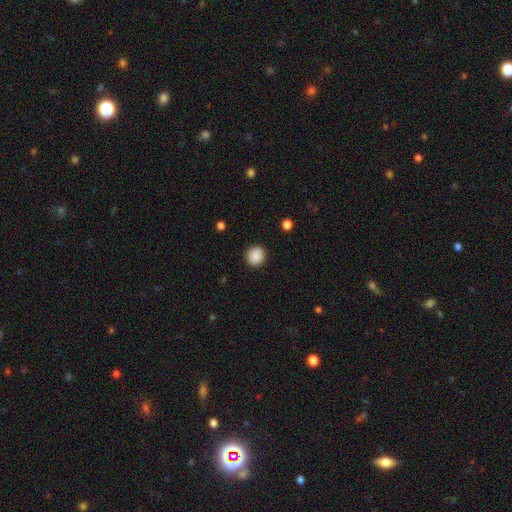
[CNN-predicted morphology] Overall: smooth (88%). How rounded: round (89%). Merging: none (90%).